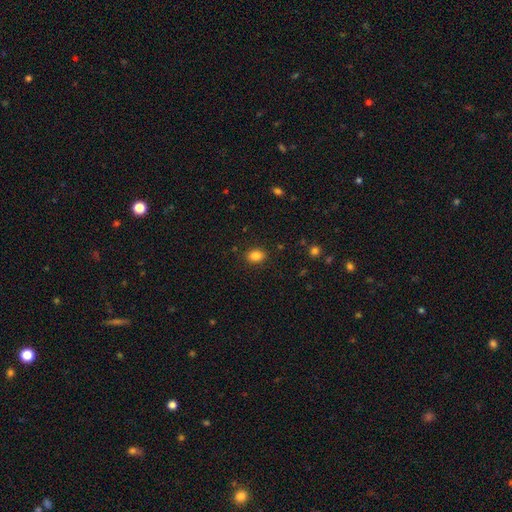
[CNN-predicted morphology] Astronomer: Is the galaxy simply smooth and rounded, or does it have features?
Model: smooth — 85%.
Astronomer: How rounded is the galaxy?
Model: in between — 67%.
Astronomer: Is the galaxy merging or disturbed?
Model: none — 88%.